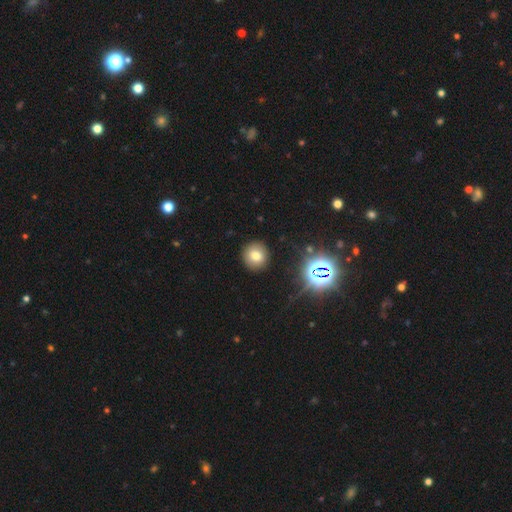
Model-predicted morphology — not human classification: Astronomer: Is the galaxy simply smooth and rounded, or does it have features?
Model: smooth — 73%.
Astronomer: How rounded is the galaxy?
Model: round — 89%.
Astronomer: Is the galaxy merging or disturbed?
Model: none — 89%.